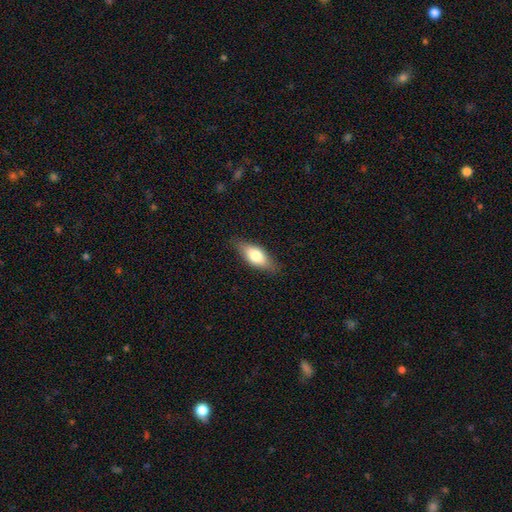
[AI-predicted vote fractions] Smooth or featured? smooth (71%)
How rounded? in between (81%)
Merging? none (81%)